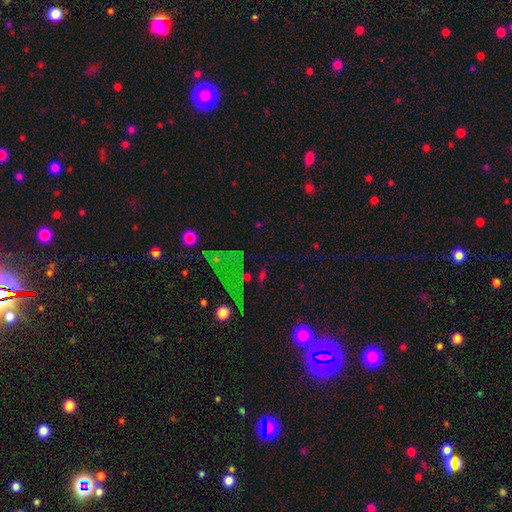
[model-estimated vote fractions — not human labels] Smooth or featured: star or artifact — 55% (smooth — 25%)